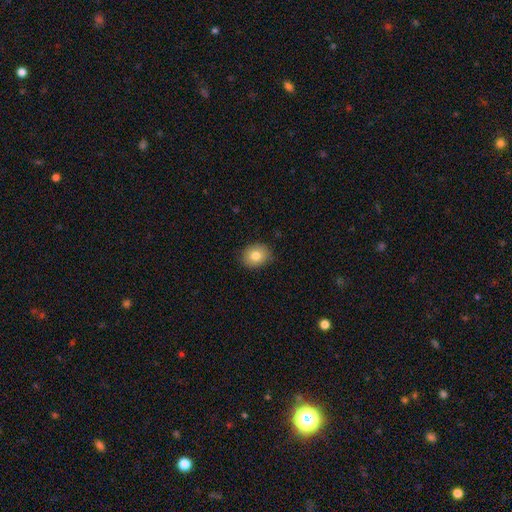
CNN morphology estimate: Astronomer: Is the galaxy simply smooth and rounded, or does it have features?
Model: smooth — 81%.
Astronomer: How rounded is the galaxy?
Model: round — 57% (runner-up: in between, 42%).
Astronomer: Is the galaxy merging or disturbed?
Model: none — 86%.